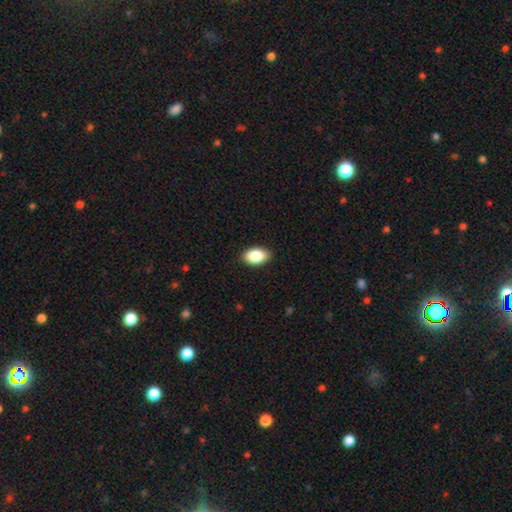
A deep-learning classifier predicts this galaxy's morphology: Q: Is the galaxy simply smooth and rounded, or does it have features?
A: smooth — 88%.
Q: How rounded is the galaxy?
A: in between — 91%.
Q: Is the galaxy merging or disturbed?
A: none — 89%.